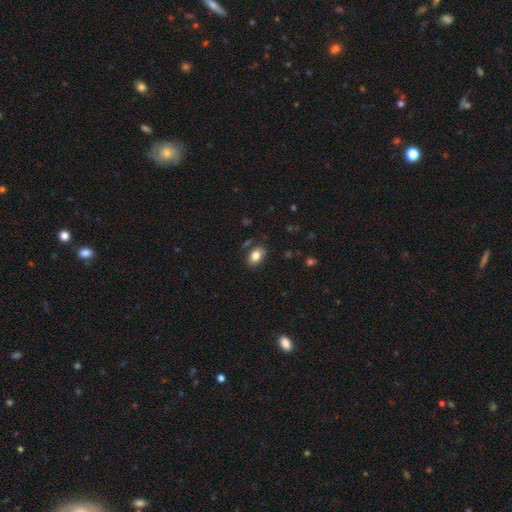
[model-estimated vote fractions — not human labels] smooth_or_featured: smooth (p=0.82) [alt: featured or disk p=0.09]
how_rounded: in between (p=0.86) [alt: round p=0.13]
merging: none (p=0.82) [alt: minor disturbance p=0.13]